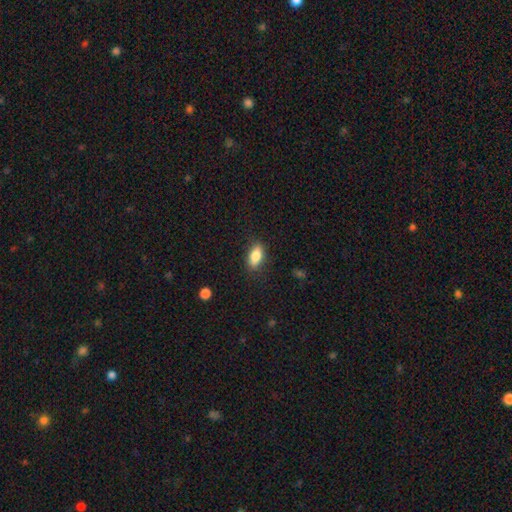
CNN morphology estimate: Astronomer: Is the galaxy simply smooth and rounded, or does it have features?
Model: smooth — 83%.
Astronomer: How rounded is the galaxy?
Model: in between — 85%.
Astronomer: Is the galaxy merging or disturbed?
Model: none — 85%.